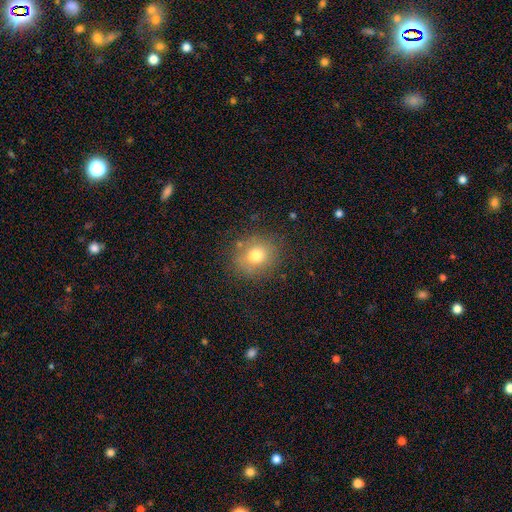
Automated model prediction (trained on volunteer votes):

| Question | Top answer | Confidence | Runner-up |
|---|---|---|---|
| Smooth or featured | smooth | 74% | featured or disk (13%) |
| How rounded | round | 74% | in between (25%) |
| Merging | none | 81% | minor disturbance (13%) |